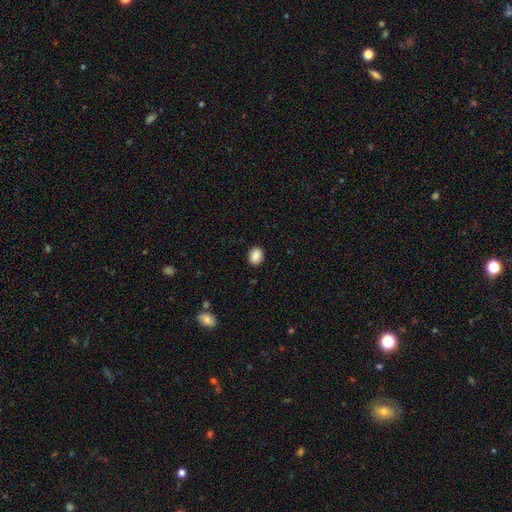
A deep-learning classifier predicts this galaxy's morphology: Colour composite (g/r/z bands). It shows a smooth galaxy with no disk features (88%) that is in between round and cigar-shaped (60%). Merging: none (90%).